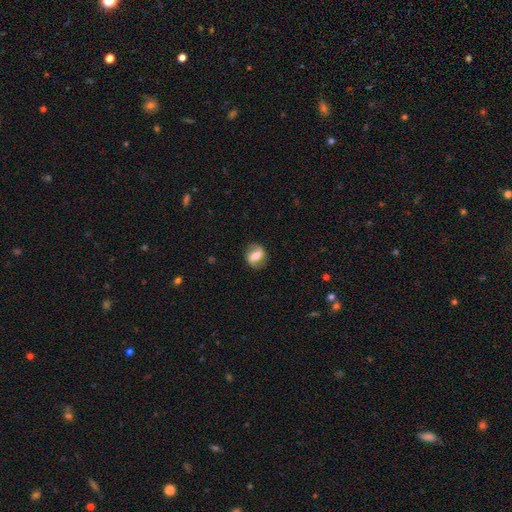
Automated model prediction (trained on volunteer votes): featured or disk 49%, smooth 43%, star or artifact 8%. Down the decision tree: merging — none (82%).